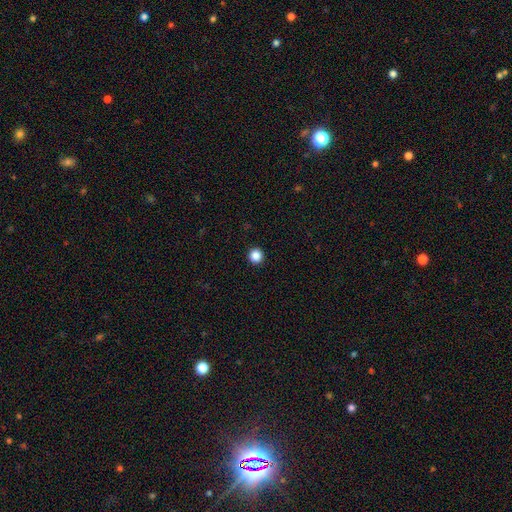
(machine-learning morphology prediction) Q: Smooth or featured?
A: smooth (87%); runner-up: star or artifact (10%)
Q: How rounded?
A: round (96%); runner-up: in between (3%)
Q: Merging?
A: none (94%); runner-up: minor disturbance (4%)